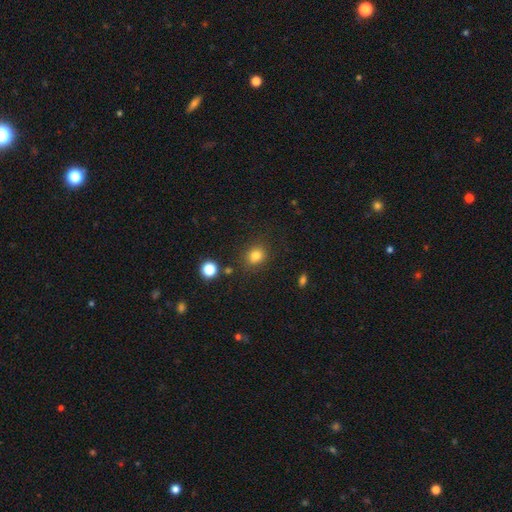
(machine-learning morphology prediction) A smooth galaxy with no disk features (81%) that is round (68%). Merging: none (81%).